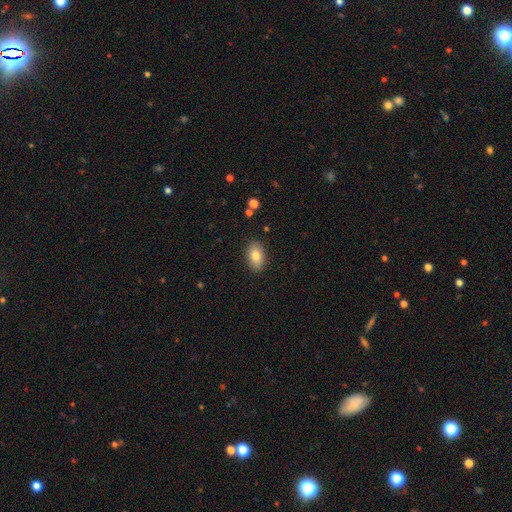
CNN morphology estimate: Smooth or featured? smooth (80%)
How rounded? in between (90%)
Merging? none (88%)